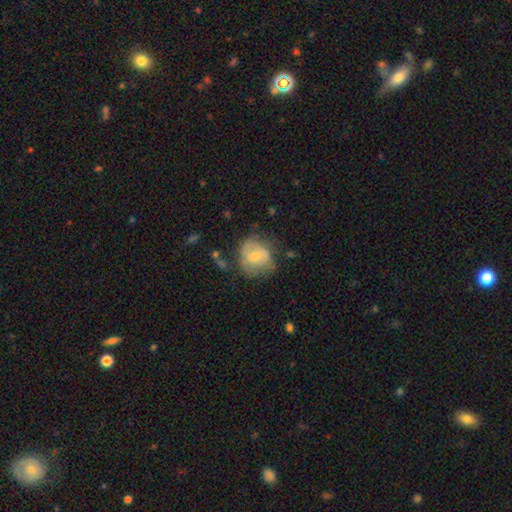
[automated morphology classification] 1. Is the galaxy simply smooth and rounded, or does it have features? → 59% smooth, 33% featured or disk, 8% star or artifact.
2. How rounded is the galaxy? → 70% round, 29% in between, 1% cigar-shaped.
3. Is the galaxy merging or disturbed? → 51% none, 29% minor disturbance, 16% major disturbance, 4% merger.